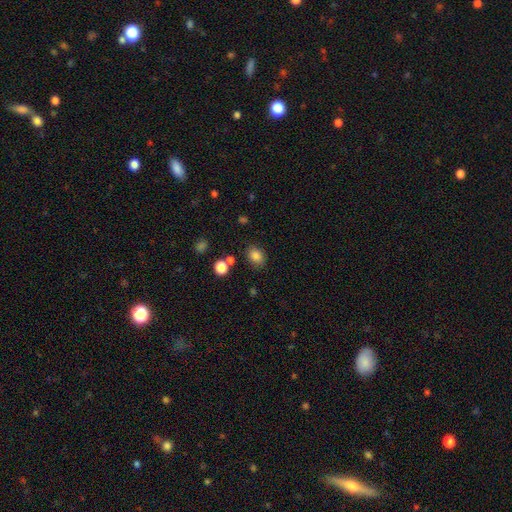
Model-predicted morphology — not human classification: Smooth or featured? Predicted: smooth (p=0.83). How rounded? Predicted: in between (p=0.58). Merging? Predicted: none (p=0.81).